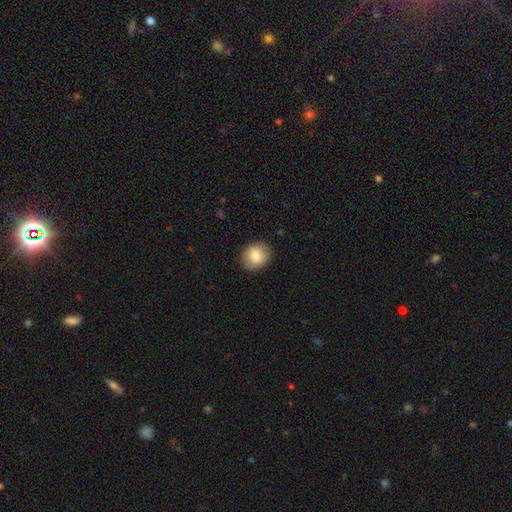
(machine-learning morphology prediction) smooth 81%, featured or disk 11%, star or artifact 8%. Down the decision tree: how rounded — round (64%); merging — none (87%).